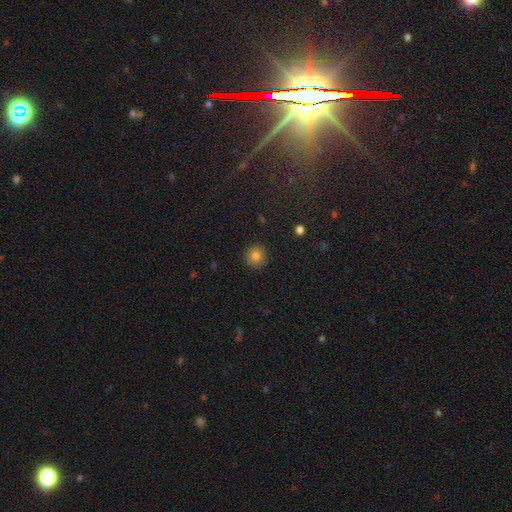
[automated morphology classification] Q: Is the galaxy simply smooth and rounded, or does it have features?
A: smooth — 79%.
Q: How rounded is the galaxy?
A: round — 95%.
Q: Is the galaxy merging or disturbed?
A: none — 91%.